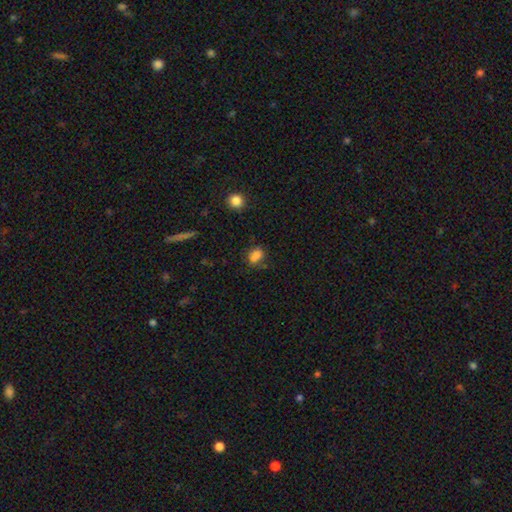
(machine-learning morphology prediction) A smooth galaxy with no disk features (77%) that is in between round and cigar-shaped (57%). Merging: none (57%).